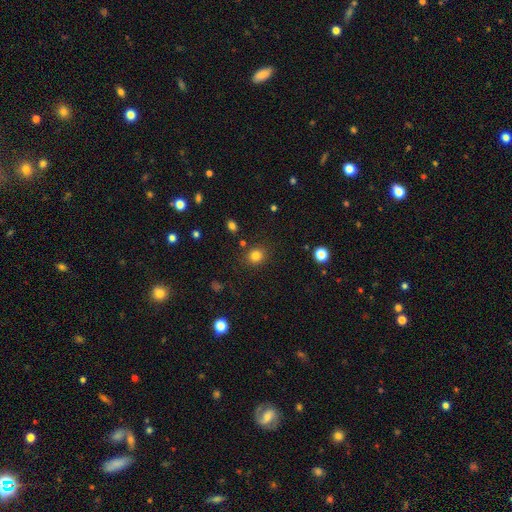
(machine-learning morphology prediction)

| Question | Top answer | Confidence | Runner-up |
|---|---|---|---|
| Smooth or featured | smooth | 81% | star or artifact (13%) |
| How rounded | round | 79% | in between (21%) |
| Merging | none | 85% | minor disturbance (9%) |